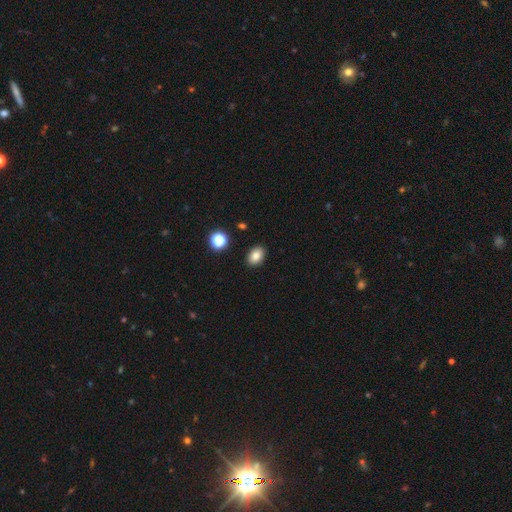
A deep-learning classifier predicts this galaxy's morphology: smooth 81%, star or artifact 11%, featured or disk 8%. Down the decision tree: how rounded — in between (79%); merging — none (89%).